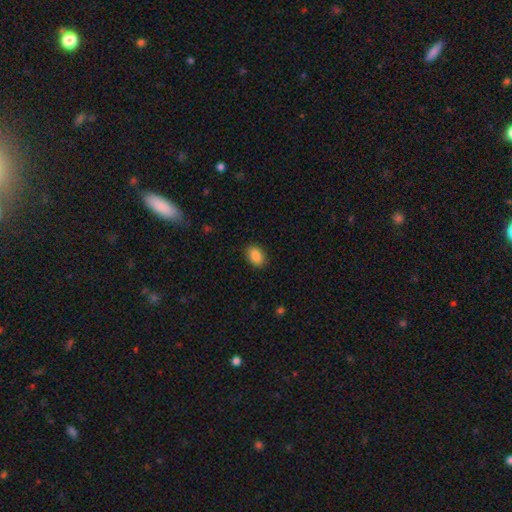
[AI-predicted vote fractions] Q: Smooth or featured?
A: smooth (88%); runner-up: star or artifact (8%)
Q: How rounded?
A: in between (81%); runner-up: round (18%)
Q: Merging?
A: none (88%); runner-up: minor disturbance (9%)